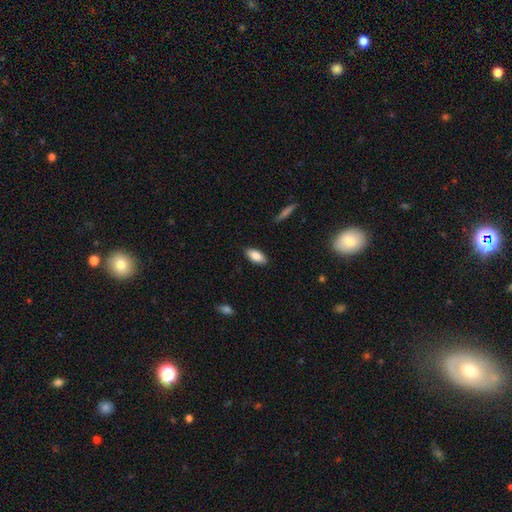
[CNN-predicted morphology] A smooth galaxy with no disk features (85%) that is in between round and cigar-shaped (90%). Merging: none (87%).